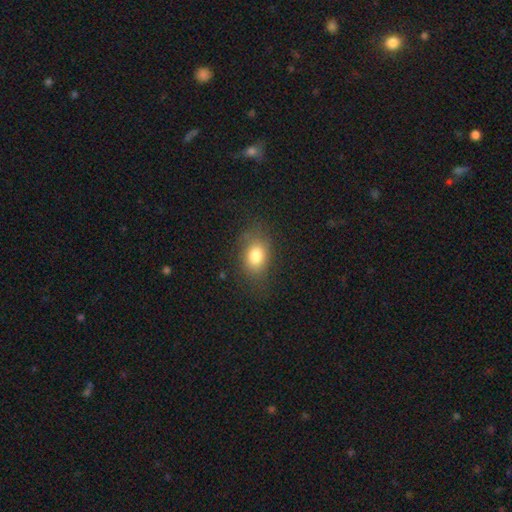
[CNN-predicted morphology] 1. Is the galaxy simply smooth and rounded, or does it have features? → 79% smooth, 10% featured or disk, 10% star or artifact.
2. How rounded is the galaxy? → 75% in between, 24% round, 1% cigar-shaped.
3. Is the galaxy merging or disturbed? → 74% none, 17% minor disturbance, 7% major disturbance, 1% merger.